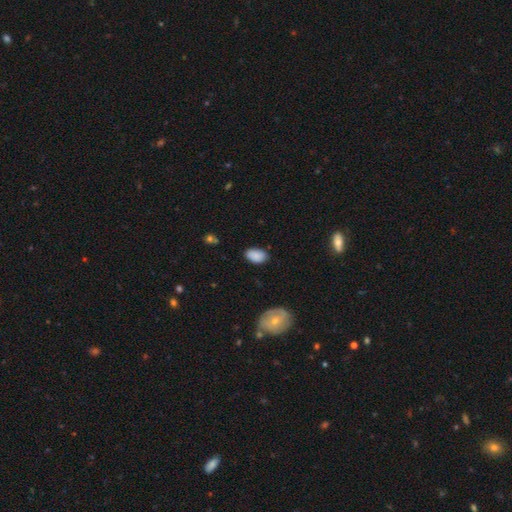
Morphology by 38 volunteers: smooth_or_featured: smooth (p=0.87) [alt: featured or disk p=0.11]
how_rounded: in between (p=0.94) [alt: round p=0.06]
merging: none (p=0.84) [alt: minor disturbance p=0.16]